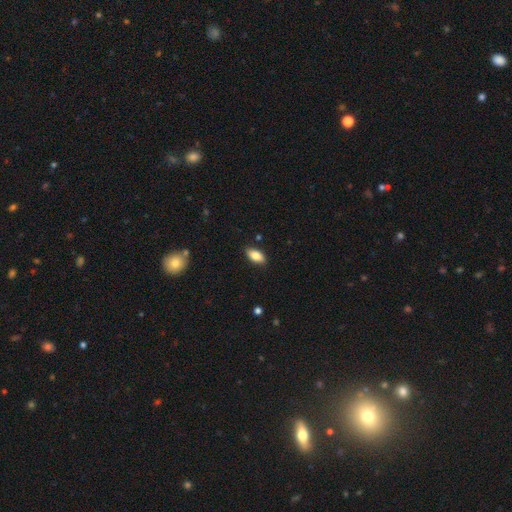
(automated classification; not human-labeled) smooth 82%, featured or disk 11%, star or artifact 7%. Down the decision tree: how rounded — in between (90%); merging — none (87%).